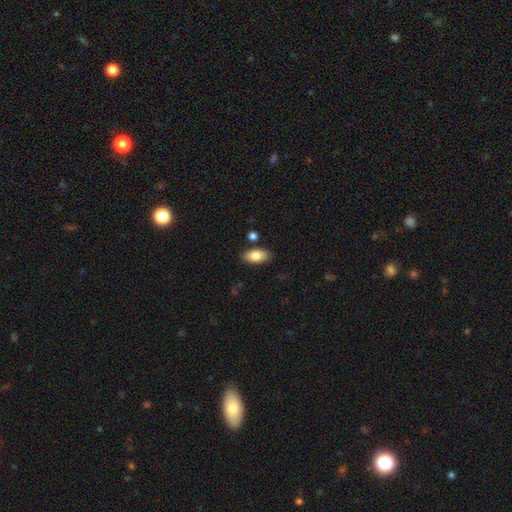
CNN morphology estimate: smooth_or_featured: smooth (p=0.84) [alt: featured or disk p=0.10]
how_rounded: in between (p=0.92) [alt: cigar-shaped p=0.05]
merging: none (p=0.84) [alt: minor disturbance p=0.10]